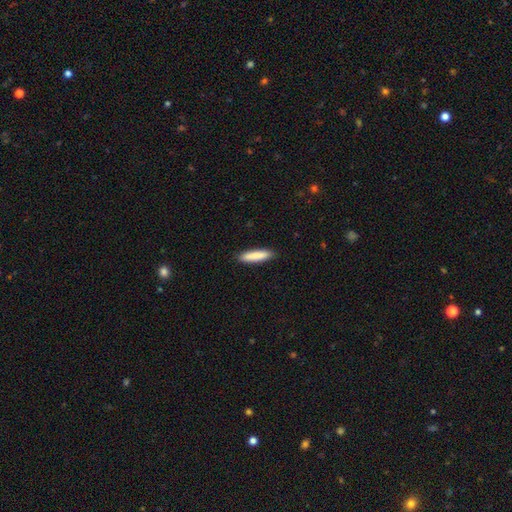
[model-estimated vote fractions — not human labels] Smooth or featured: smooth — 87% (featured or disk — 8%)
How rounded: cigar-shaped — 83% (in between — 16%)
Merging: none — 90% (minor disturbance — 7%)